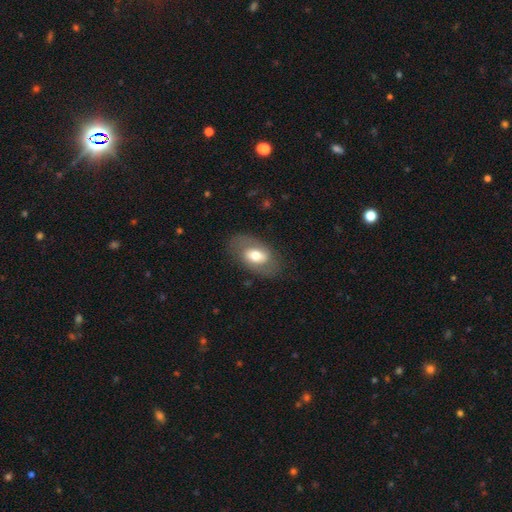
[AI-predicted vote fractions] Smooth or featured?
  - smooth: 48% *
  - featured or disk: 45%
  - star or artifact: 7%
Merging?
  - none: 77% *
  - minor disturbance: 14%
  - major disturbance: 7%
  - merger: 1%